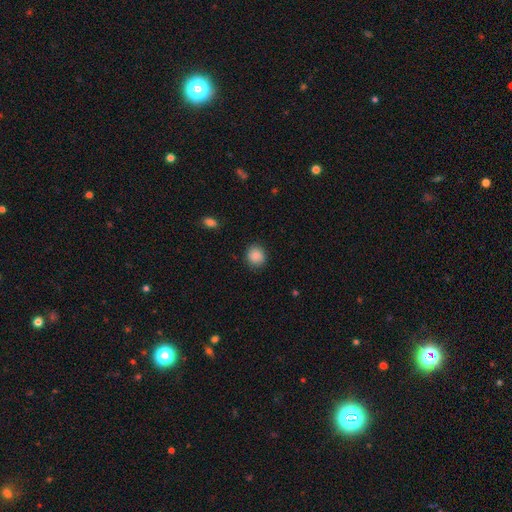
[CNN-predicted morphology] Smooth or featured? smooth (87%)
How rounded? round (83%)
Merging? none (87%)